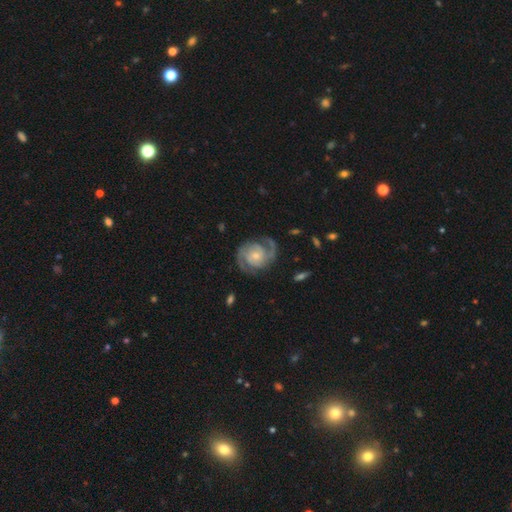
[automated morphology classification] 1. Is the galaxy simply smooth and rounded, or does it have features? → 91% featured or disk, 5% smooth, 4% star or artifact.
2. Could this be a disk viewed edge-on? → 98% no, 2% yes.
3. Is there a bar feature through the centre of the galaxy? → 68% no, 25% weak, 7% strong.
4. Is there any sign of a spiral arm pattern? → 98% yes, 2% no.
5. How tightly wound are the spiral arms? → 46% medium, 44% tight, 10% loose.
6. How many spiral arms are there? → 89% 2, 4% 3, 3% can't tell, 2% 1, 1% 4, 1% more than 4.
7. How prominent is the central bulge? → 64% small, 30% moderate, 3% none, 2% large, 1% dominant.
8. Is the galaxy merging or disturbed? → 79% none, 13% minor disturbance, 6% major disturbance, 1% merger.